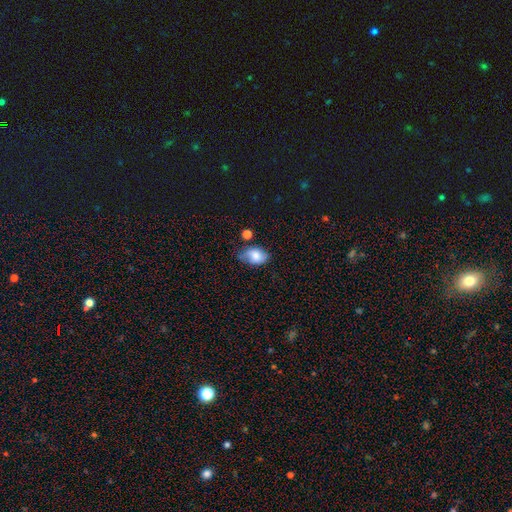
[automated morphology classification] Smooth or featured? Predicted: smooth (p=0.75). How rounded? Predicted: in between (p=0.83). Merging? Predicted: none (p=0.51).